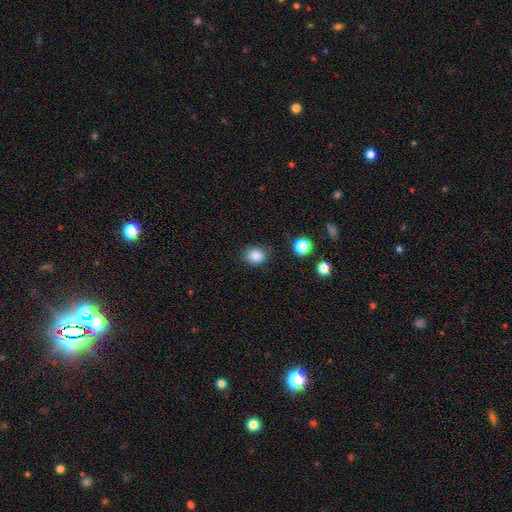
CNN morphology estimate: smooth_or_featured: smooth (p=0.85) [alt: star or artifact p=0.11]
how_rounded: round (p=0.53) [alt: in between p=0.46]
merging: none (p=0.80) [alt: minor disturbance p=0.14]